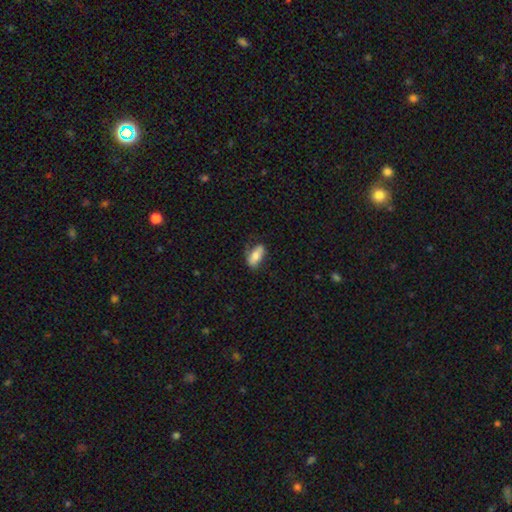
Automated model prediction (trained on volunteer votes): smooth 71%, featured or disk 22%, star or artifact 7%. Down the decision tree: how rounded — in between (85%); merging — none (60%).